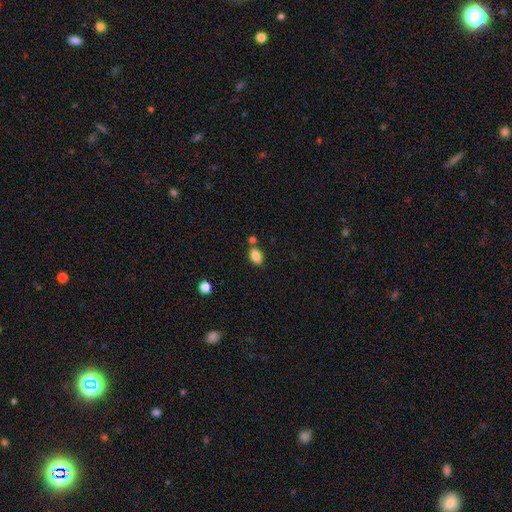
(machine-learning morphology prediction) Q: Smooth or featured?
A: smooth (84%); runner-up: star or artifact (9%)
Q: How rounded?
A: in between (86%); runner-up: round (12%)
Q: Merging?
A: none (70%); runner-up: merger (14%)